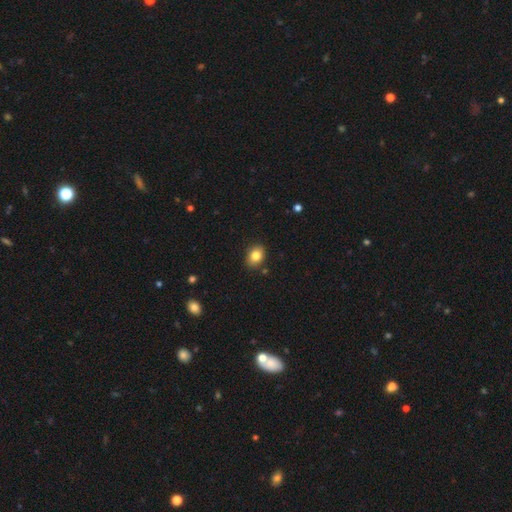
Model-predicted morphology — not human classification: smooth_or_featured: smooth (p=0.83) [alt: star or artifact p=0.09]
how_rounded: in between (p=0.71) [alt: round p=0.28]
merging: none (p=0.86) [alt: minor disturbance p=0.10]